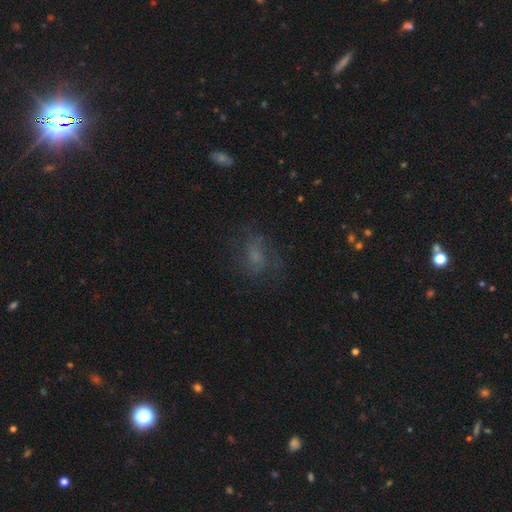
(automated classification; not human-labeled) smooth 40%, featured or disk 39%, star or artifact 21%. Down the decision tree: merging — none (63%).